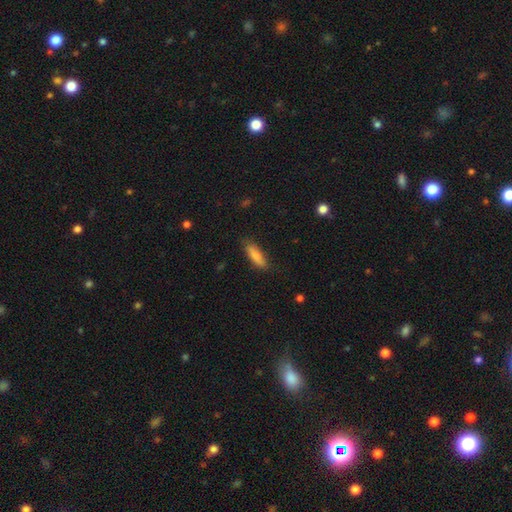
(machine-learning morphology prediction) type=smooth (85%); roundness=cigar-shaped (55%); merging=none (82%).